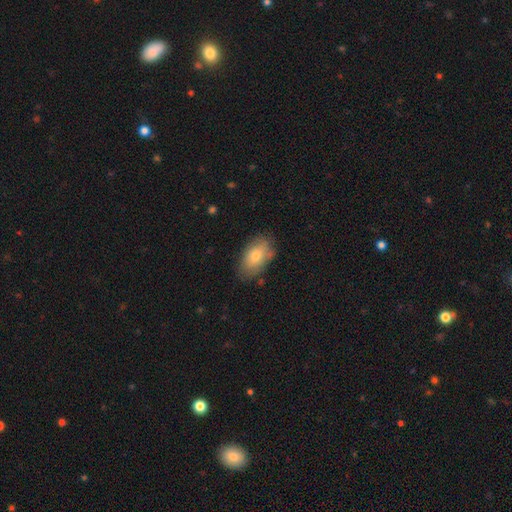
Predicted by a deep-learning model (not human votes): The model was most divided on "smooth or featured": smooth: 74%, featured or disk: 20%, star or artifact: 7%. More confident: how rounded — in between (92%); merging — none (75%).